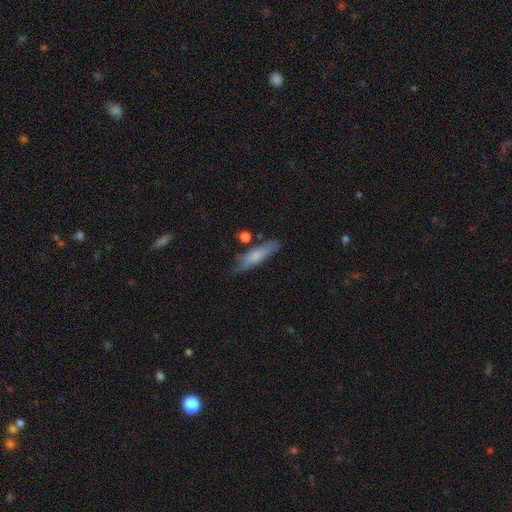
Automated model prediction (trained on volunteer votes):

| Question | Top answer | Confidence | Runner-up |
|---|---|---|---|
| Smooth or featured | smooth | 68% | featured or disk (26%) |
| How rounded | cigar-shaped | 73% | in between (25%) |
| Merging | none | 70% | minor disturbance (20%) |